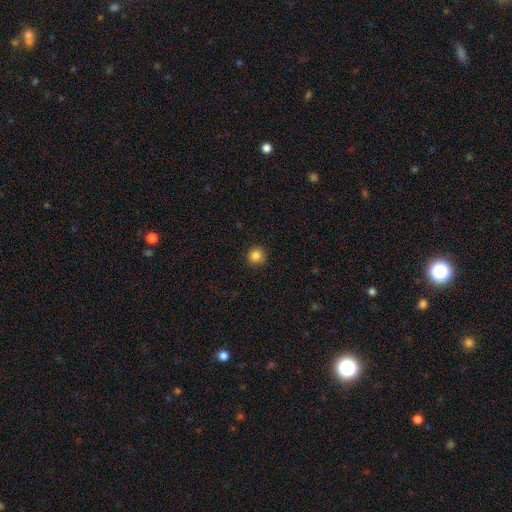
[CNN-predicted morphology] smooth 85%, star or artifact 11%, featured or disk 4%. Down the decision tree: how rounded — round (95%); merging — none (91%).